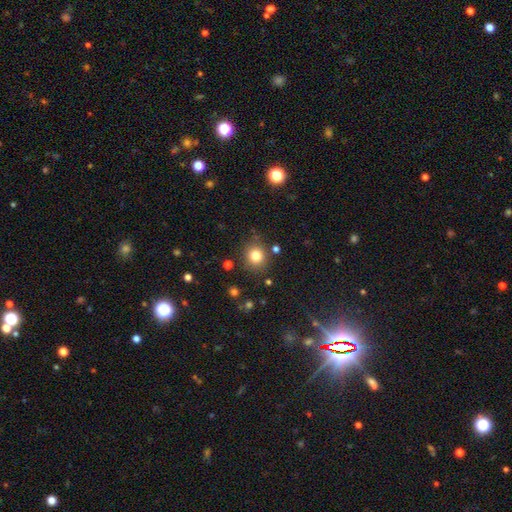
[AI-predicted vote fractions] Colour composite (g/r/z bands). It shows a smooth galaxy with no disk features (80%) that is round (85%). Merging: none (84%).